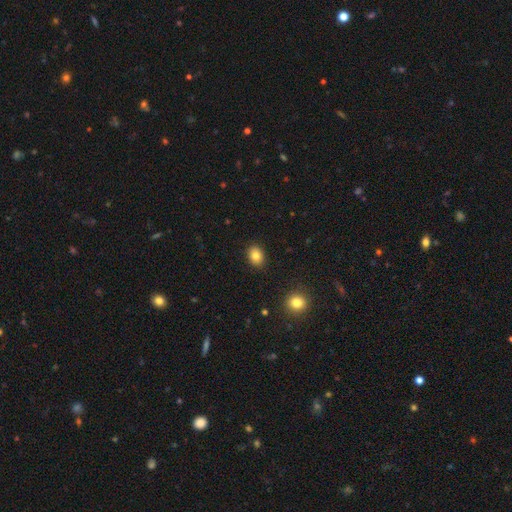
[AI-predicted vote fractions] Q: Smooth or featured?
A: smooth (82%); runner-up: star or artifact (10%)
Q: How rounded?
A: in between (58%); runner-up: round (41%)
Q: Merging?
A: none (90%); runner-up: minor disturbance (7%)